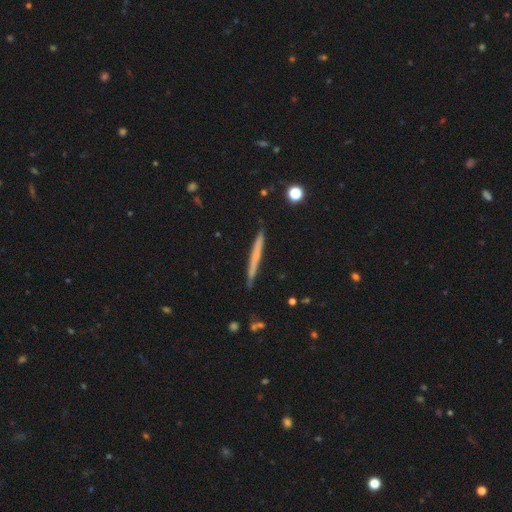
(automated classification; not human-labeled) Q: Smooth or featured?
A: smooth (49%); runner-up: featured or disk (44%)
Q: Merging?
A: none (90%); runner-up: minor disturbance (8%)